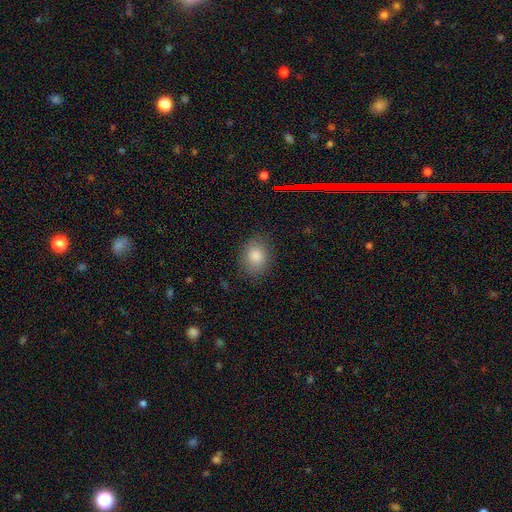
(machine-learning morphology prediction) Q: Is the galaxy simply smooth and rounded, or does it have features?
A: smooth — 83%.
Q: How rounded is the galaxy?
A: in between — 65%.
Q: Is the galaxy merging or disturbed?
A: none — 83%.